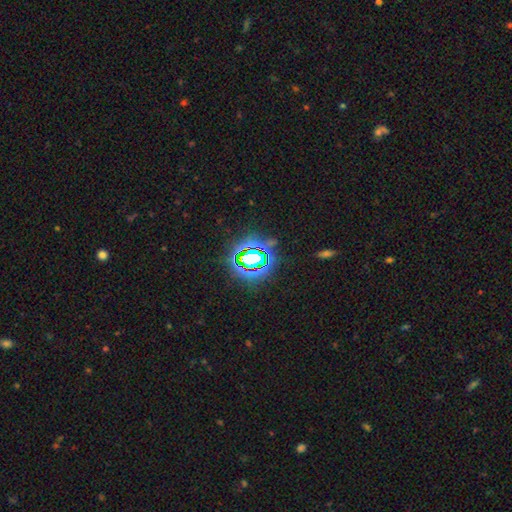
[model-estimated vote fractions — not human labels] Morphology: type=star or artifact (70%).